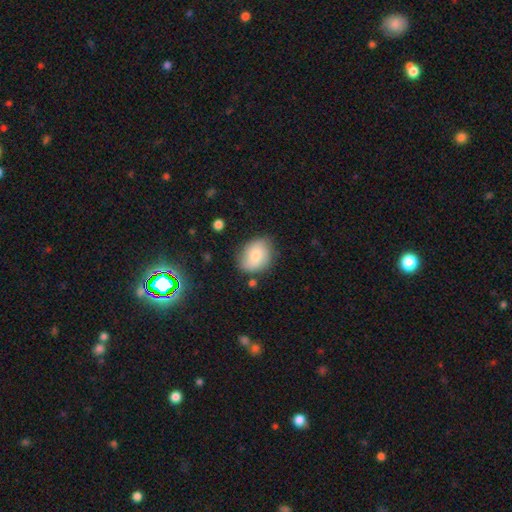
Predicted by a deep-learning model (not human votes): Q: Smooth or featured?
A: smooth (75%); runner-up: featured or disk (17%)
Q: How rounded?
A: in between (60%); runner-up: round (38%)
Q: Merging?
A: none (71%); runner-up: minor disturbance (21%)